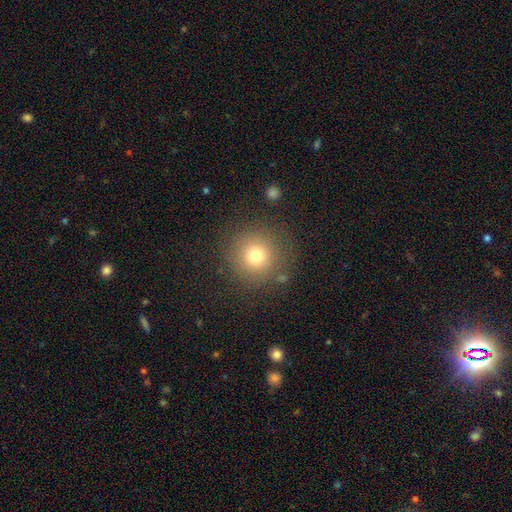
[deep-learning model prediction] A smooth galaxy with no disk features (74%) that is round (95%). Merging: none (85%).